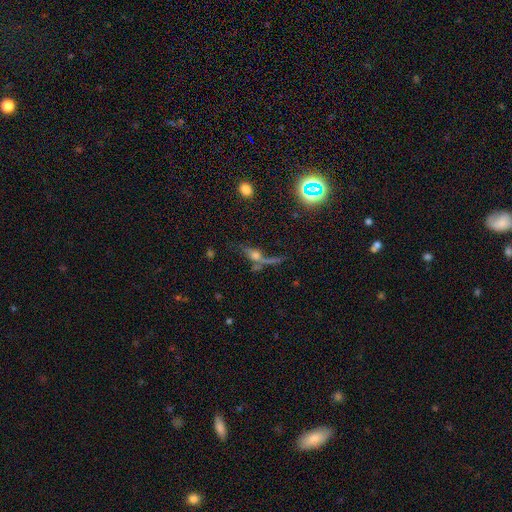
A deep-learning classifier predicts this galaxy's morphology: A featured or disk galaxy (47%).

Vote fractions:
- Smooth or featured? featured or disk: 47% / star or artifact: 29% / smooth: 24%
- Merging? none: 52% / merger: 20% / minor disturbance: 15% / major disturbance: 13%